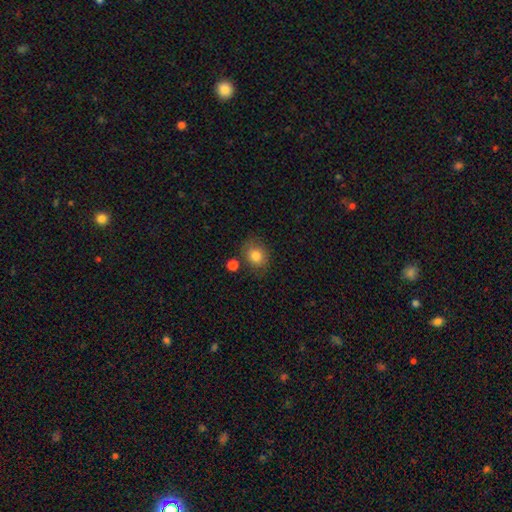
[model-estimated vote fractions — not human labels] A smooth galaxy with no disk features (82%) that is round (61%).

Vote fractions:
- Smooth or featured? smooth: 82% / star or artifact: 10% / featured or disk: 8%
- How rounded? round: 61% / in between: 38% / cigar-shaped: 1%
- Merging? none: 75% / minor disturbance: 14% / merger: 7% / major disturbance: 4%